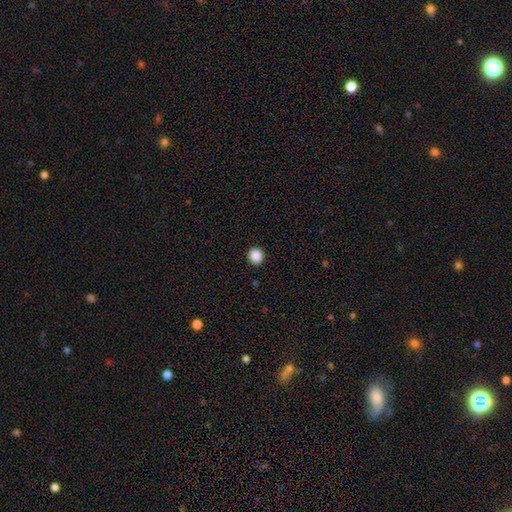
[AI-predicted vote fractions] Smooth or featured? Predicted: smooth (p=0.88). How rounded? Predicted: round (p=0.93). Merging? Predicted: none (p=0.93).